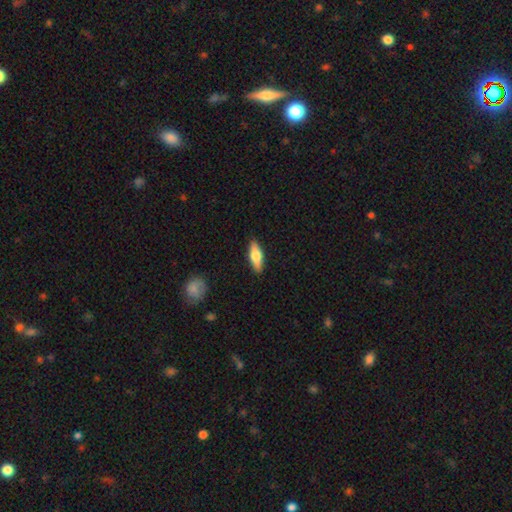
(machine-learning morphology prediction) Smooth or featured? Predicted: smooth (p=0.60). How rounded? Predicted: in between (p=0.52). Merging? Predicted: none (p=0.89).